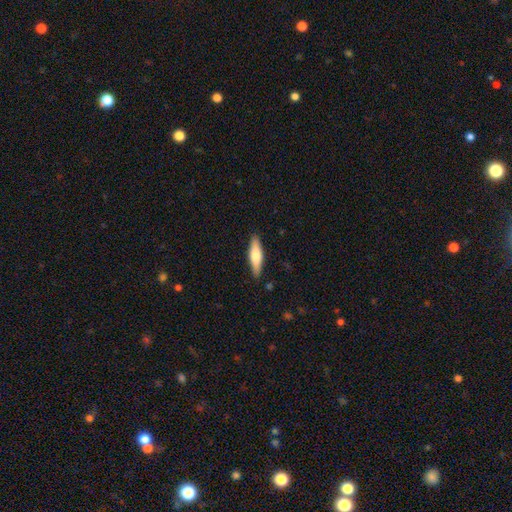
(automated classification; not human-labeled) smooth-or-featured: smooth: 62% | featured or disk: 33% | star or artifact: 5%
  how-rounded: cigar-shaped: 62% | in between: 36% | round: 2%
  merging: none: 87% | minor disturbance: 9% | major disturbance: 2% | merger: 1%